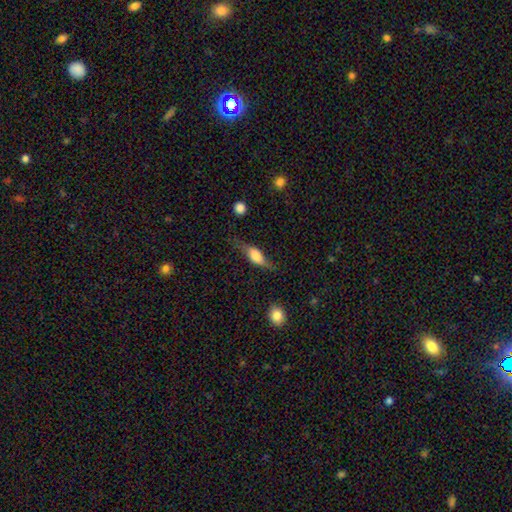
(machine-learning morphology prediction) Q: Smooth or featured?
A: smooth (48%); runner-up: featured or disk (44%)
Q: Merging?
A: none (61%); runner-up: minor disturbance (25%)